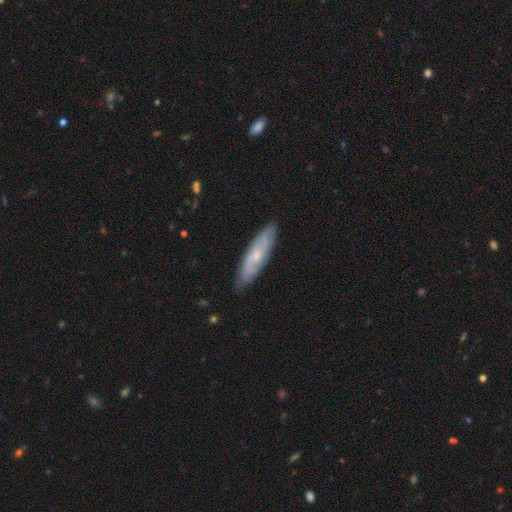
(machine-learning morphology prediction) smooth_or_featured: featured or disk (p=0.54) [alt: smooth p=0.39]
disk_edge_on: no (p=0.65) [alt: yes p=0.35]
merging: none (p=0.85) [alt: minor disturbance p=0.12]